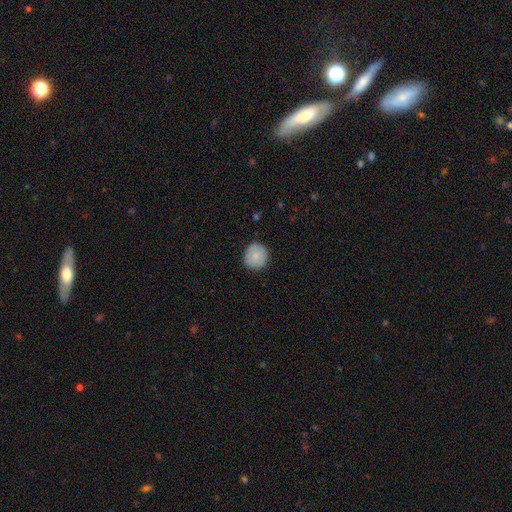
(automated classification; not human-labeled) Morphology: type=smooth (80%); roundness=round (91%); merging=none (86%).